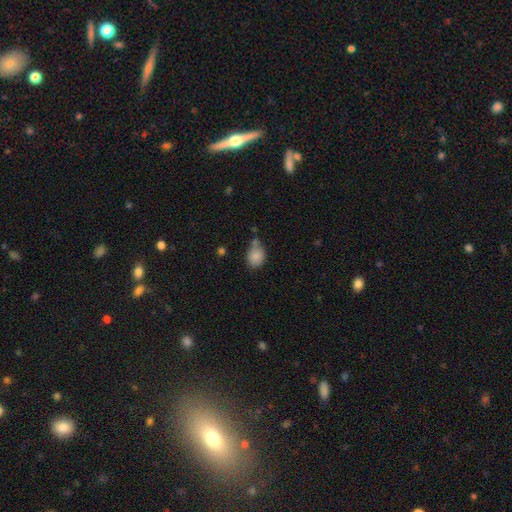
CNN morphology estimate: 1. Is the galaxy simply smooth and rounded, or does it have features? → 84% smooth, 9% star or artifact, 7% featured or disk.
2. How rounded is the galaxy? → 51% round, 48% in between, 1% cigar-shaped.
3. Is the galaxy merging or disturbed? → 50% none, 23% minor disturbance, 20% merger, 7% major disturbance.